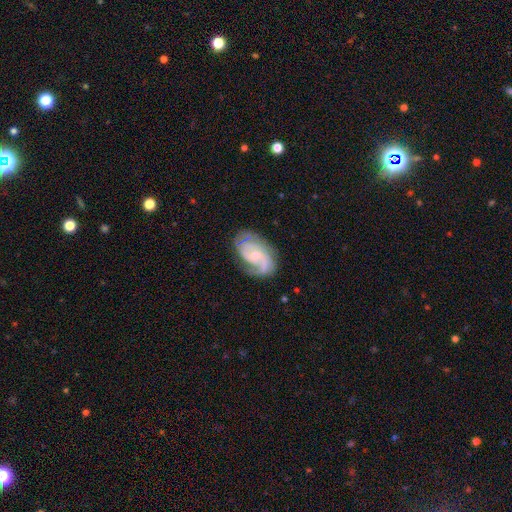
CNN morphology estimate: smooth_or_featured: featured or disk (p=0.86) [alt: smooth p=0.09]
disk_edge_on: no (p=0.97) [alt: yes p=0.03]
bar: no (p=0.61) [alt: weak p=0.33]
has_spiral_arms: yes (p=0.97) [alt: no p=0.03]
spiral_winding: medium (p=0.44) [alt: tight p=0.42]
spiral_arm_count: 2 (p=0.54) [alt: 3 p=0.18]
bulge_size: small (p=0.61) [alt: moderate p=0.35]
merging: none (p=0.70) [alt: minor disturbance p=0.20]